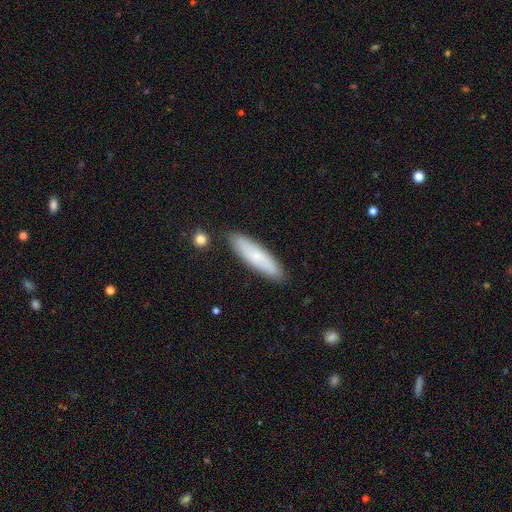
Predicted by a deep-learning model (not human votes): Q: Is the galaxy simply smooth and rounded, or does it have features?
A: smooth — 68%.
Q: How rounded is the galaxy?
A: cigar-shaped — 72%.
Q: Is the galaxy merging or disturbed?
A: none — 87%.